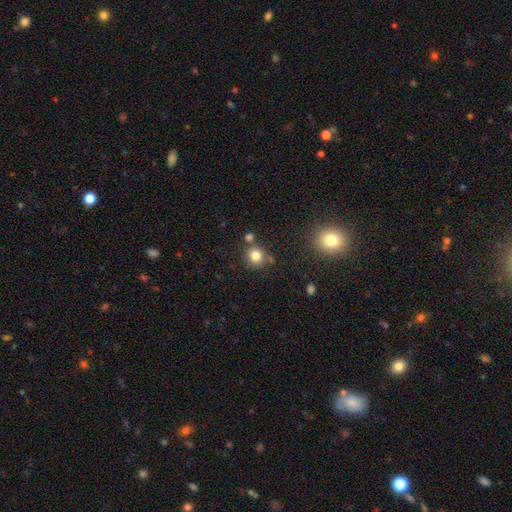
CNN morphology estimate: type=smooth (81%); roundness=round (86%); merging=none (70%).